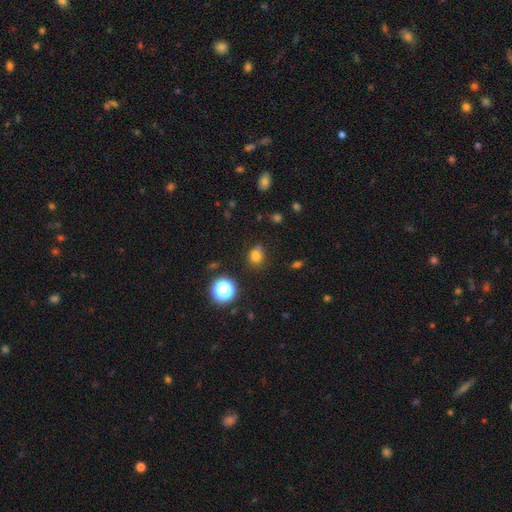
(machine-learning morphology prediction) Smooth or featured?
  - smooth: 75% *
  - star or artifact: 18%
  - featured or disk: 7%
How rounded?
  - round: 58% *
  - in between: 41%
  - cigar-shaped: 1%
Merging?
  - none: 69% *
  - minor disturbance: 19%
  - merger: 7%
  - major disturbance: 5%